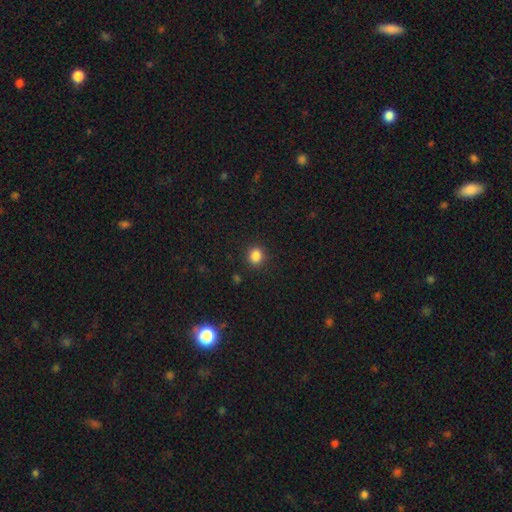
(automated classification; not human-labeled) This is clearly a smooth galaxy (85%). How rounded: likely round (80%). Merging: clearly none (90%).